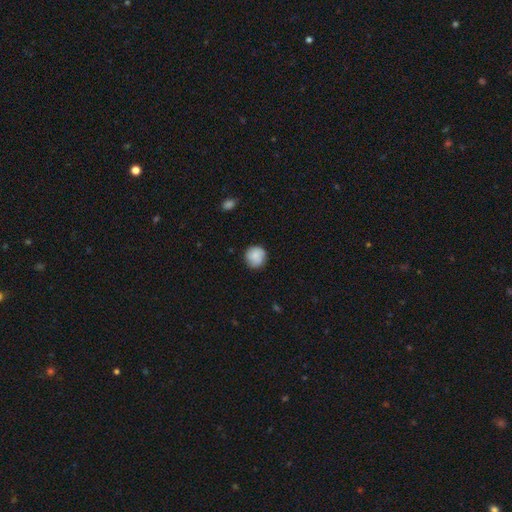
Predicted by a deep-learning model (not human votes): Smooth or featured? smooth (75%)
How rounded? round (91%)
Merging? none (80%)